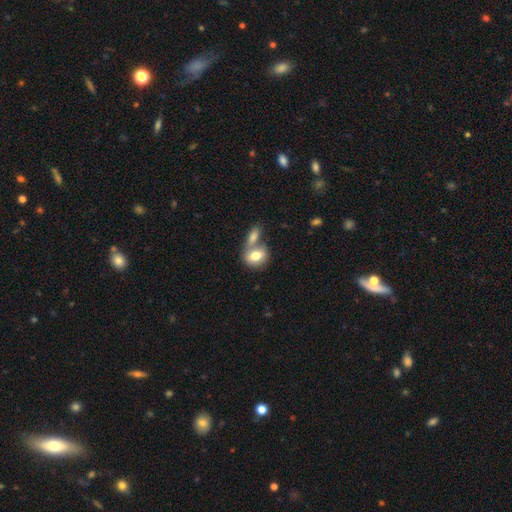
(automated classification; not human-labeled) This is likely a smooth galaxy (77%). How rounded: likely in between (67%). Merging: possibly merger (53%).